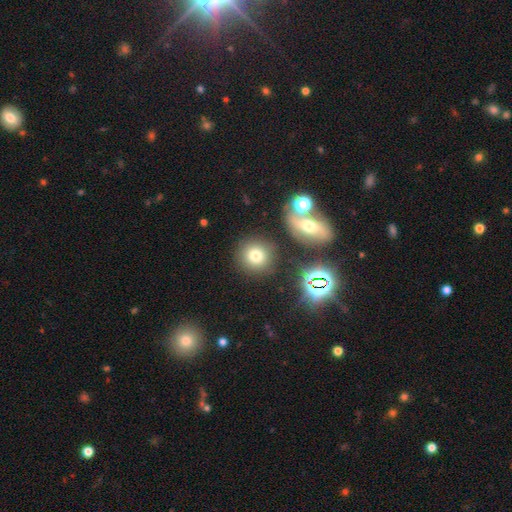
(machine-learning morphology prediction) Smooth or featured?
  - smooth: 73% *
  - star or artifact: 17%
  - featured or disk: 10%
How rounded?
  - round: 90% *
  - in between: 9%
  - cigar-shaped: 1%
Merging?
  - none: 80% *
  - minor disturbance: 8%
  - merger: 7%
  - major disturbance: 4%